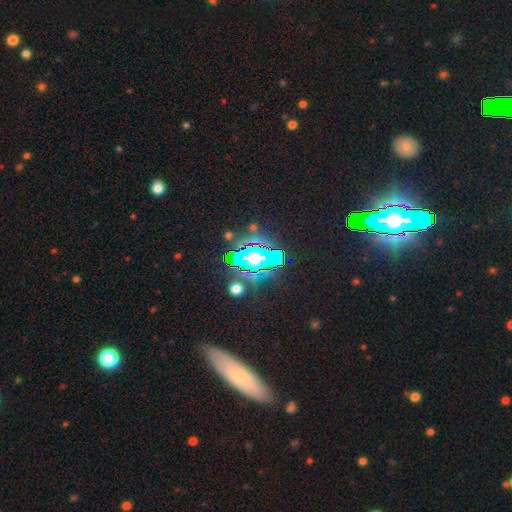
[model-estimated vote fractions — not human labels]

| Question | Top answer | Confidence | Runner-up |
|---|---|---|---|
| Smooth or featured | star or artifact | 76% | smooth (12%) |